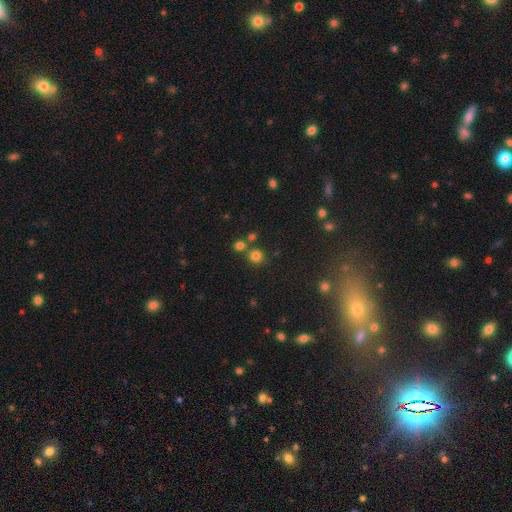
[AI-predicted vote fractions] smooth 76%, star or artifact 18%, featured or disk 6%. Down the decision tree: how rounded — round (90%); merging — none (71%).